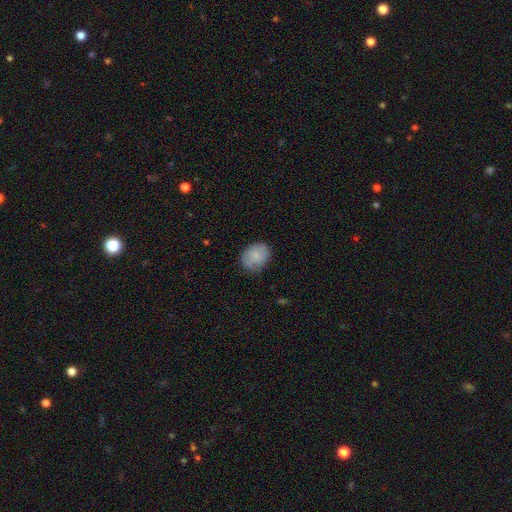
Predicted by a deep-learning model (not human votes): Morphology: type=smooth (80%); roundness=in between (54%); merging=none (71%).